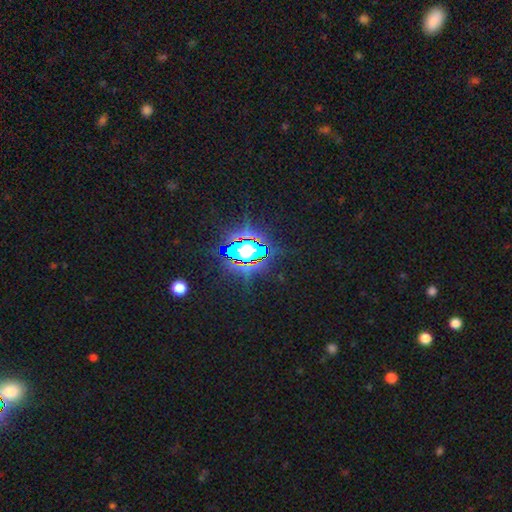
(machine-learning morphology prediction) Smooth or featured?
  - star or artifact: 74% *
  - smooth: 14%
  - featured or disk: 12%